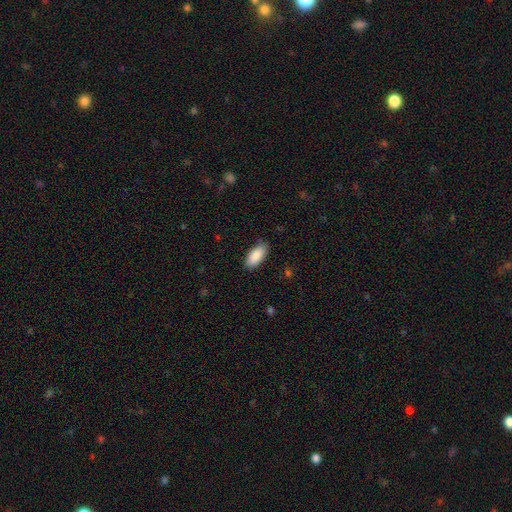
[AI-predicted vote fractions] A smooth galaxy with no disk features (90%) that is in between round and cigar-shaped (91%).

Vote fractions:
- Smooth or featured? smooth: 90% / star or artifact: 6% / featured or disk: 4%
- How rounded? in between: 91% / cigar-shaped: 7% / round: 2%
- Merging? none: 84% / minor disturbance: 13% / major disturbance: 2% / merger: 1%